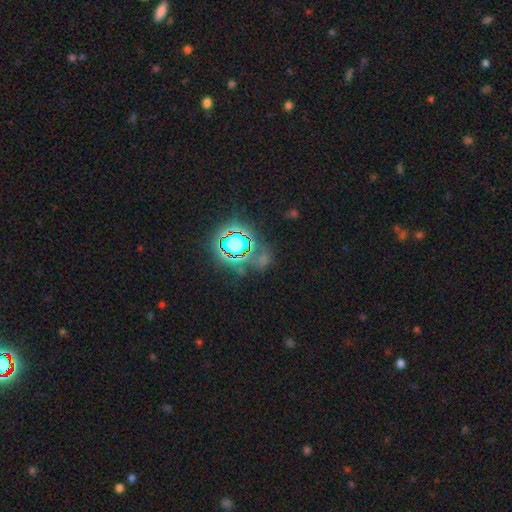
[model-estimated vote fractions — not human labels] A star or artifact, not a galaxy (80%).